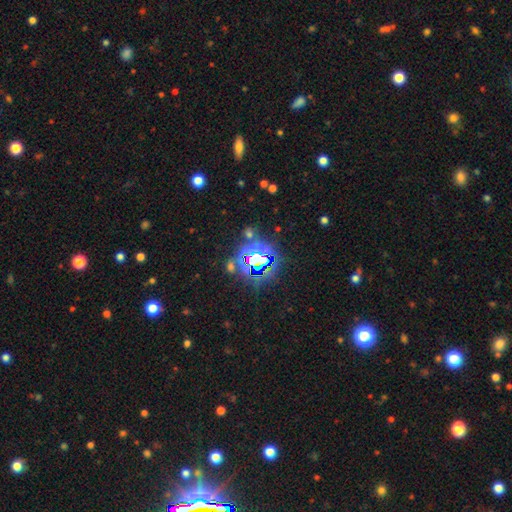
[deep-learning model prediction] This appears to be a star or artifact, not a galaxy (80%).